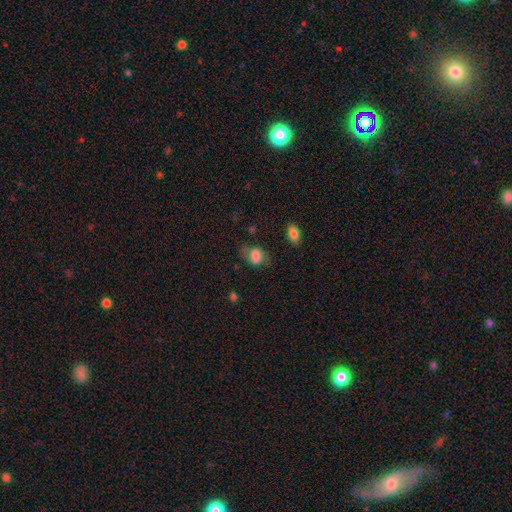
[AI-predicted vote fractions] smooth-or-featured: smooth: 65% | featured or disk: 26% | star or artifact: 9%
  how-rounded: in between: 75% | round: 23% | cigar-shaped: 2%
  merging: none: 59% | minor disturbance: 24% | major disturbance: 15% | merger: 2%